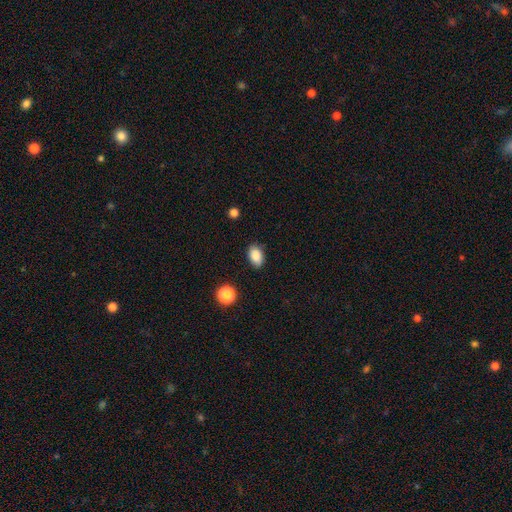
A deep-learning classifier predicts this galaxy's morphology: Smooth or featured: smooth — 88% (star or artifact — 8%)
How rounded: in between — 87% (round — 12%)
Merging: none — 84% (minor disturbance — 12%)